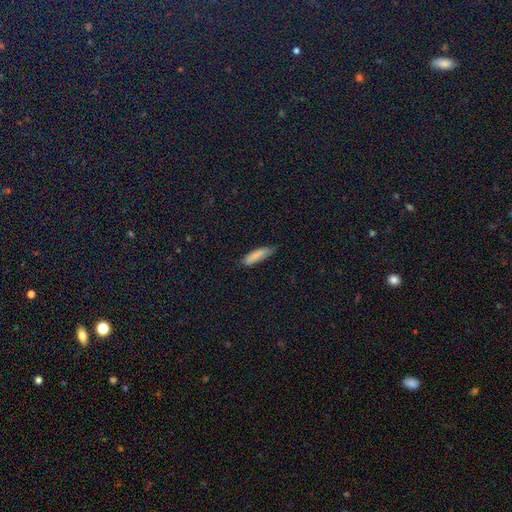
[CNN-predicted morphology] Smooth or featured: smooth — 82% (featured or disk — 10%)
How rounded: cigar-shaped — 58% (in between — 40%)
Merging: none — 71% (minor disturbance — 24%)